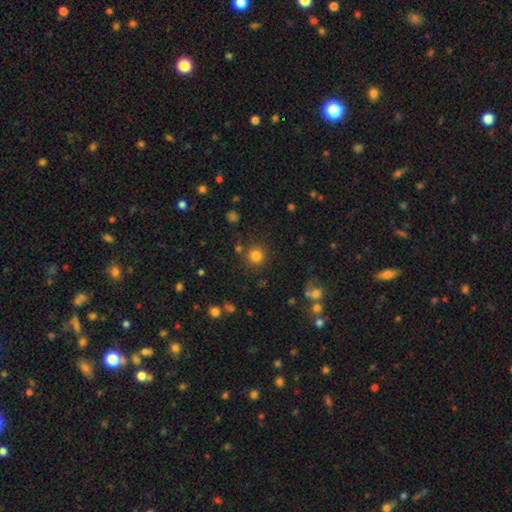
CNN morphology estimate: type=smooth (82%); roundness=round (93%); merging=none (84%).